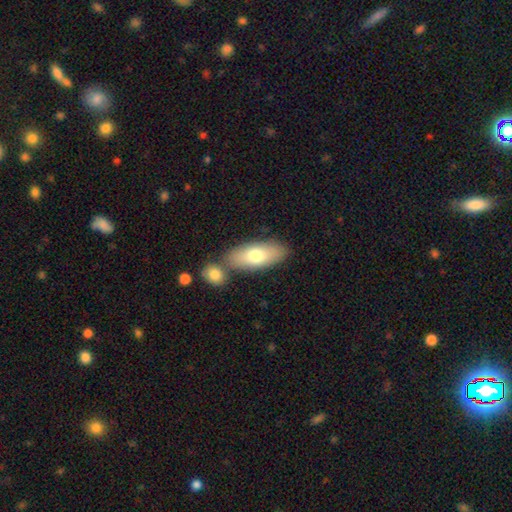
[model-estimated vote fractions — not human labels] This appears to be a smooth galaxy with no disk features (74%) that is in between round and cigar-shaped (83%). Merging: none (67%).